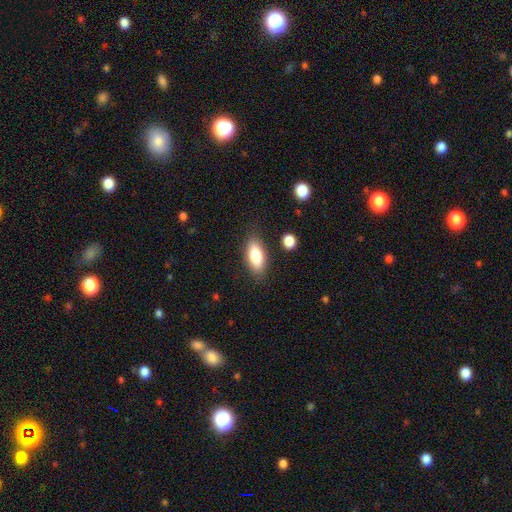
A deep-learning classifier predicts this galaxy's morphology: The model was most divided on "how rounded": in between: 80%, cigar-shaped: 17%, round: 3%. More confident: merging — none (84%); smooth or featured — smooth (80%).